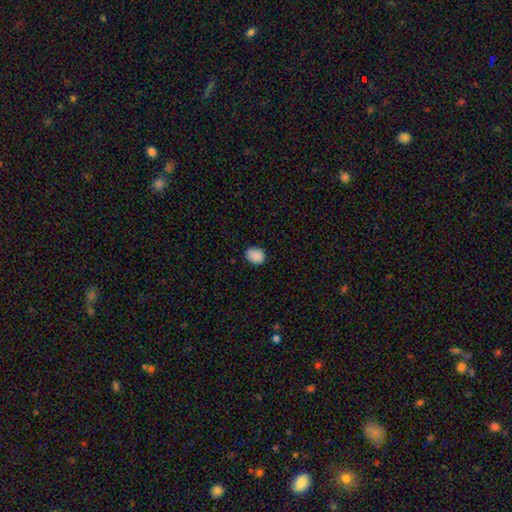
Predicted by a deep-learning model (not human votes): Smooth or featured? smooth (89%)
How rounded? in between (56%)
Merging? none (82%)